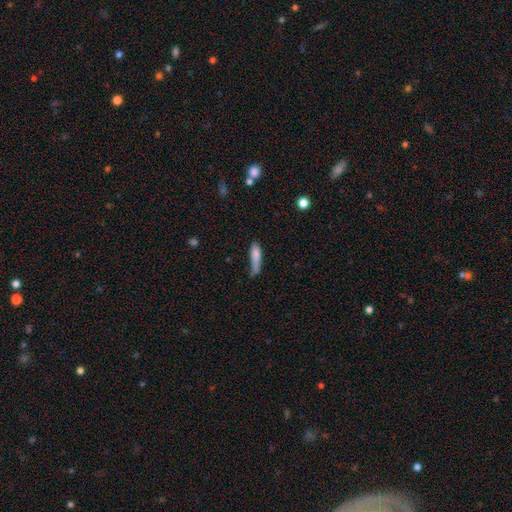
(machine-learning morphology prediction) smooth-or-featured: smooth: 79% | featured or disk: 13% | star or artifact: 8%
  how-rounded: cigar-shaped: 74% | in between: 24% | round: 2%
  merging: none: 43% | minor disturbance: 35% | major disturbance: 14% | merger: 8%